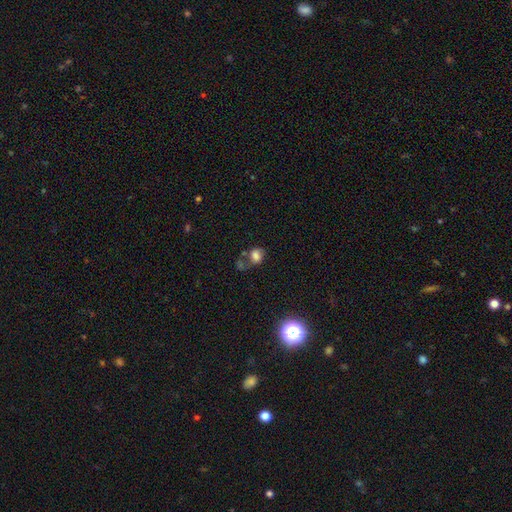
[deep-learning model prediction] smooth_or_featured: smooth (p=0.68) [alt: star or artifact p=0.16]
how_rounded: in between (p=0.54) [alt: round p=0.45]
merging: none (p=0.36) [alt: merger p=0.28]